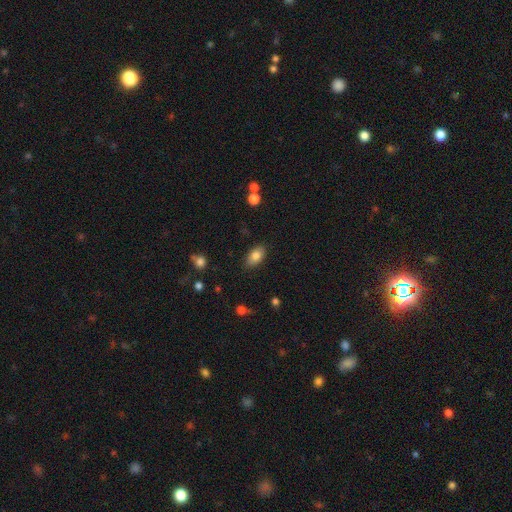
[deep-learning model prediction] Q: Smooth or featured?
A: smooth (82%); runner-up: featured or disk (10%)
Q: How rounded?
A: in between (91%); runner-up: round (6%)
Q: Merging?
A: none (84%); runner-up: minor disturbance (12%)